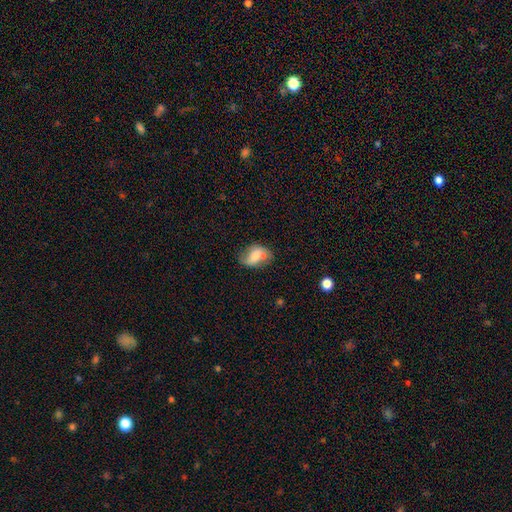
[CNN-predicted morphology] smooth 51%, featured or disk 40%, star or artifact 9%. Down the decision tree: how rounded — in between (83%); merging — none (51%).